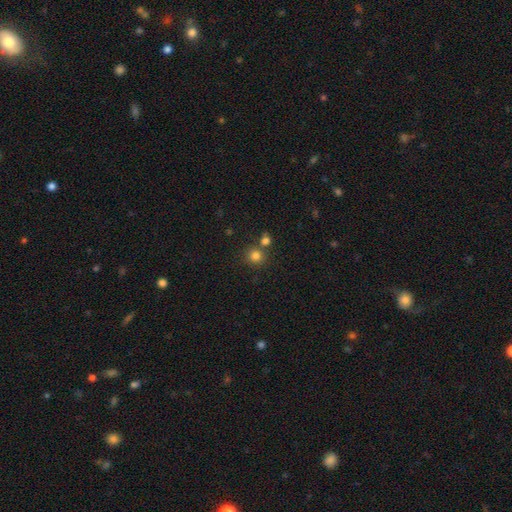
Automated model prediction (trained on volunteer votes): A smooth galaxy with no disk features (80%) that is round (90%). Merging: none (70%).